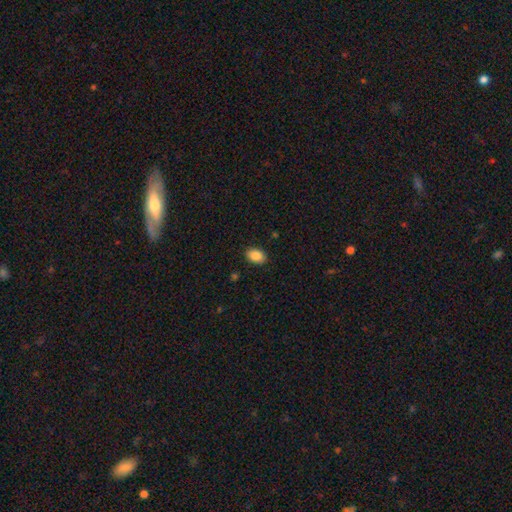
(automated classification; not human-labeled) The model was most divided on "how rounded": in between: 85%, round: 13%, cigar-shaped: 1%. More confident: merging — none (89%); smooth or featured — smooth (87%).